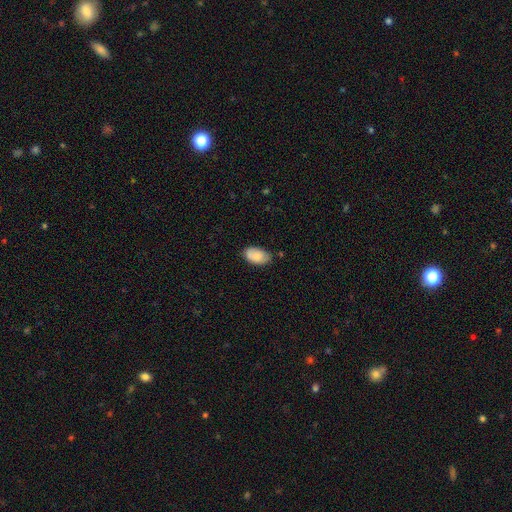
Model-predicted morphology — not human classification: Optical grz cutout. It shows a smooth galaxy with no disk features (84%) that is in between round and cigar-shaped (94%). Merging: none (69%).